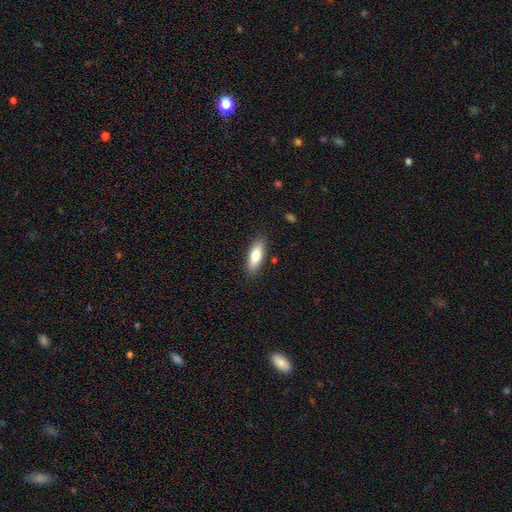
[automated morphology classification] smooth 78%, featured or disk 16%, star or artifact 7%. Down the decision tree: how rounded — in between (68%); merging — none (86%).